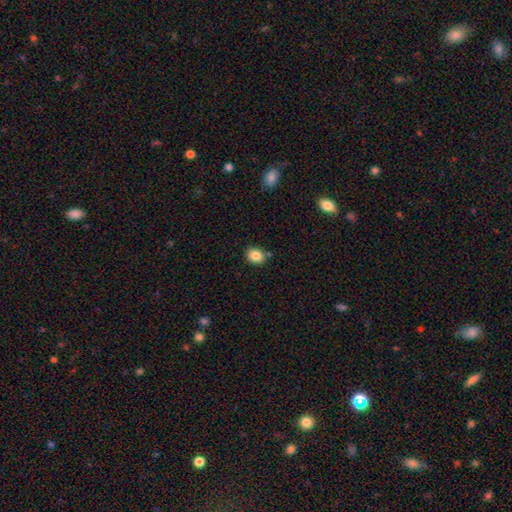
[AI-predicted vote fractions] The model was most divided on "how rounded": round: 54%, in between: 45%, cigar-shaped: 1%. More confident: smooth or featured — smooth (85%); merging — none (80%).